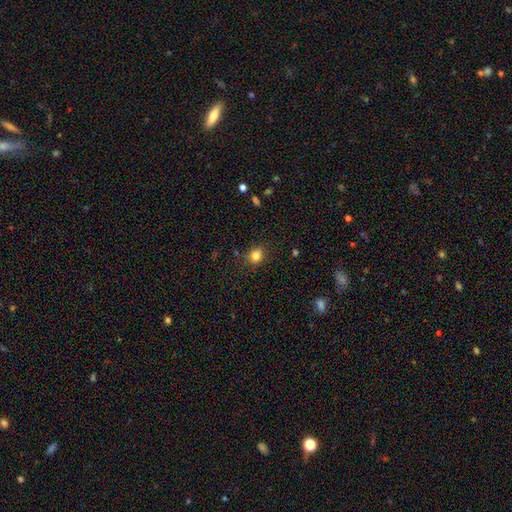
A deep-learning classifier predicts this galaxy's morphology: smooth-or-featured: smooth: 82% | star or artifact: 12% | featured or disk: 6%
  how-rounded: round: 58% | in between: 41% | cigar-shaped: 1%
  merging: none: 80% | minor disturbance: 14% | major disturbance: 4% | merger: 3%